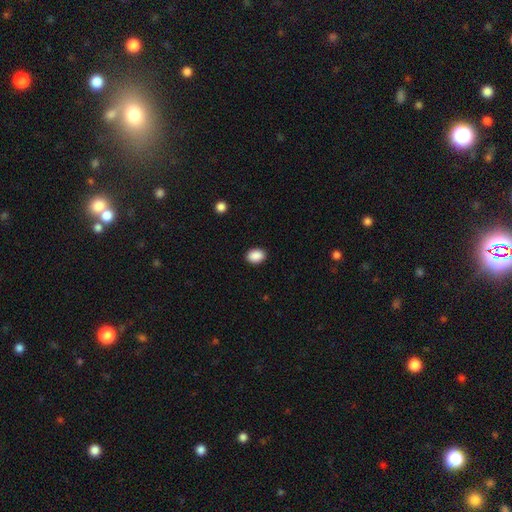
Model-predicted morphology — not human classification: Smooth or featured? Predicted: smooth (p=0.90). How rounded? Predicted: in between (p=0.72). Merging? Predicted: none (p=0.91).